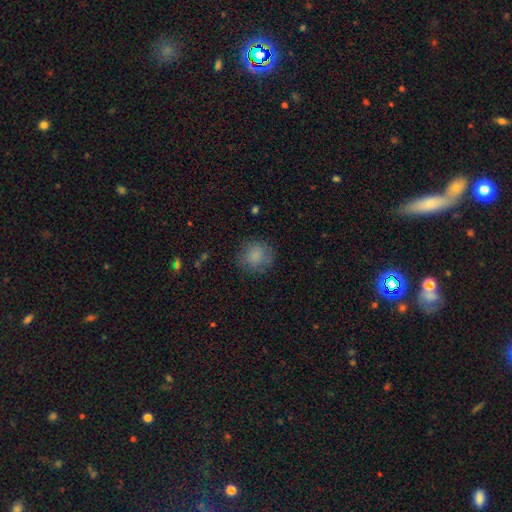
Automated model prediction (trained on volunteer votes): A smooth galaxy with no disk features (85%) that is round (88%).

Vote fractions:
- Smooth or featured? smooth: 85% / star or artifact: 9% / featured or disk: 6%
- How rounded? round: 88% / in between: 11% / cigar-shaped: 1%
- Merging? none: 82% / minor disturbance: 13% / major disturbance: 4% / merger: 1%